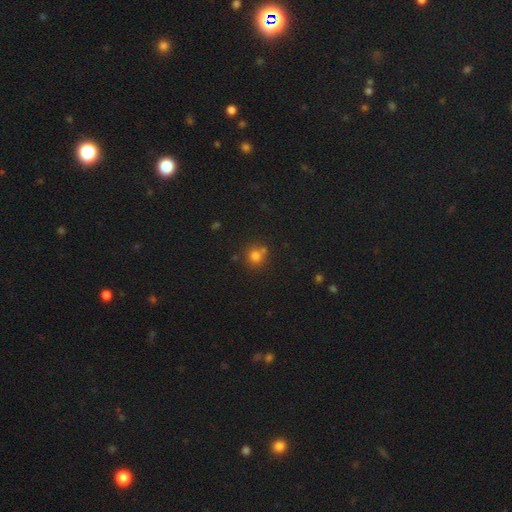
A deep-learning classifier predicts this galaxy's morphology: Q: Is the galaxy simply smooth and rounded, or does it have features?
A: smooth — 77%.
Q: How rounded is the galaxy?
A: round — 89%.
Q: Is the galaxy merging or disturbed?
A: none — 66%.